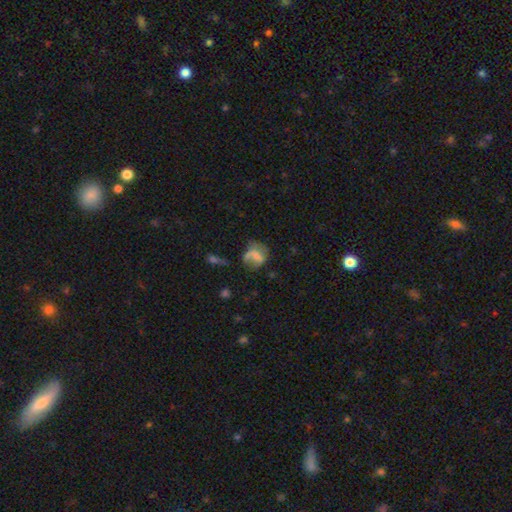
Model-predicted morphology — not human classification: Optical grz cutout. It shows a smooth galaxy with no disk features (48%). Merging: none (35%).